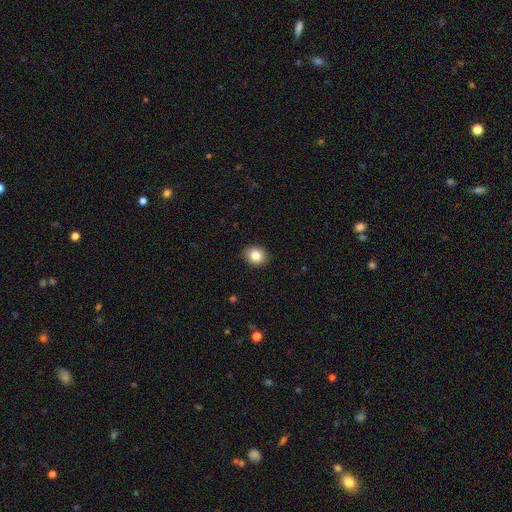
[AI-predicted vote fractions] Smooth or featured? smooth (84%)
How rounded? round (66%)
Merging? none (91%)